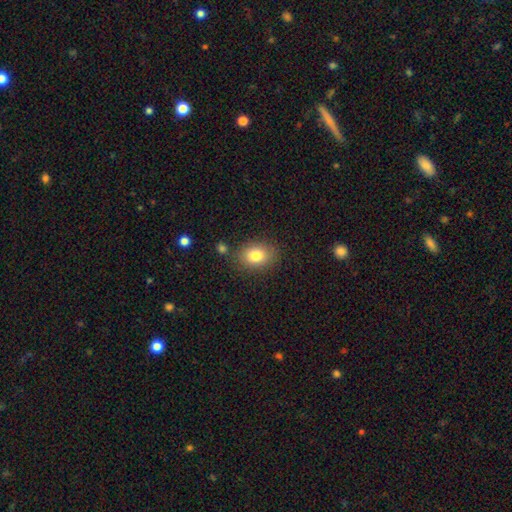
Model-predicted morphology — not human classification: smooth-or-featured: smooth: 81% | featured or disk: 10% | star or artifact: 10%
  how-rounded: in between: 64% | round: 35% | cigar-shaped: 1%
  merging: none: 80% | minor disturbance: 12% | merger: 5% | major disturbance: 3%